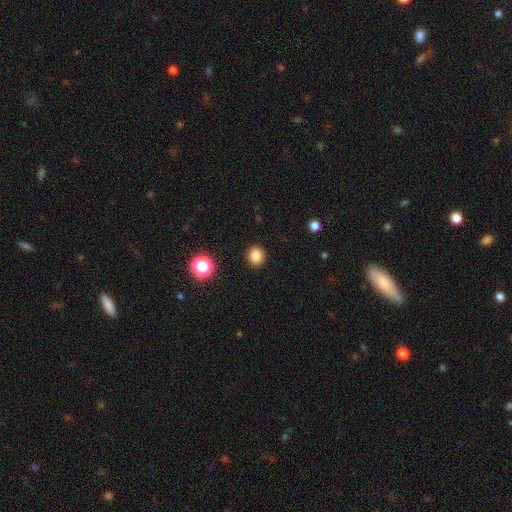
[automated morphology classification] Q: Smooth or featured?
A: smooth (83%); runner-up: star or artifact (12%)
Q: How rounded?
A: round (76%); runner-up: in between (23%)
Q: Merging?
A: none (91%); runner-up: minor disturbance (6%)